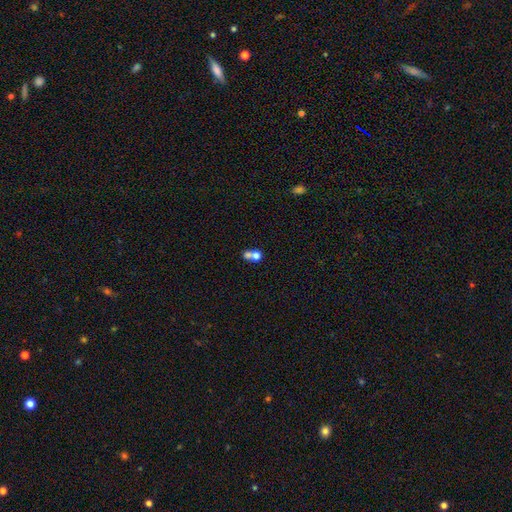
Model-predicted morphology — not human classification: A smooth galaxy with no disk features (70%) that is round (67%).

Vote fractions:
- Smooth or featured? smooth: 70% / featured or disk: 18% / star or artifact: 11%
- How rounded? round: 67% / in between: 32% / cigar-shaped: 1%
- Merging? merger: 68% / none: 23% / minor disturbance: 6% / major disturbance: 4%